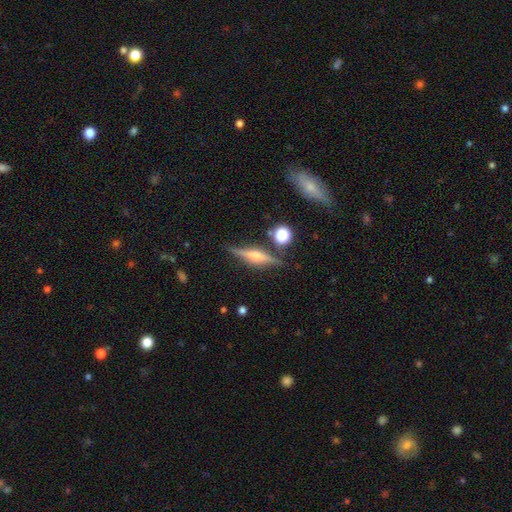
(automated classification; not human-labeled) smooth-or-featured: featured or disk: 72% | smooth: 19% | star or artifact: 9%
  disk-edge-on: yes: 96% | no: 4%
    edge-on-bulge: rounded: 80% | boxy: 14% | none: 6%
  merging: none: 83% | minor disturbance: 11% | merger: 4% | major disturbance: 3%